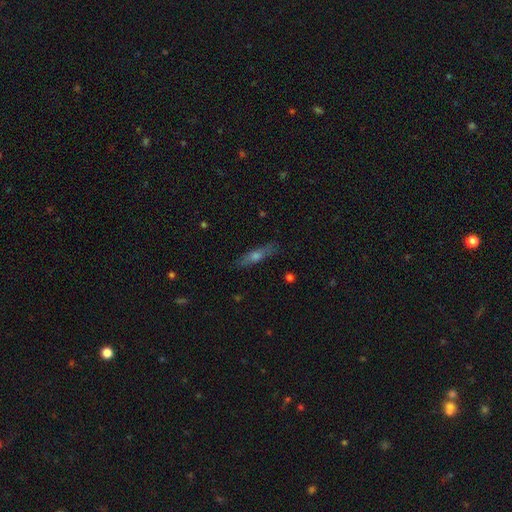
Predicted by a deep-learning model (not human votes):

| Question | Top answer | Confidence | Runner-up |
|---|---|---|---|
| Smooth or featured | featured or disk | 47% | smooth (44%) |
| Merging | none | 85% | minor disturbance (11%) |